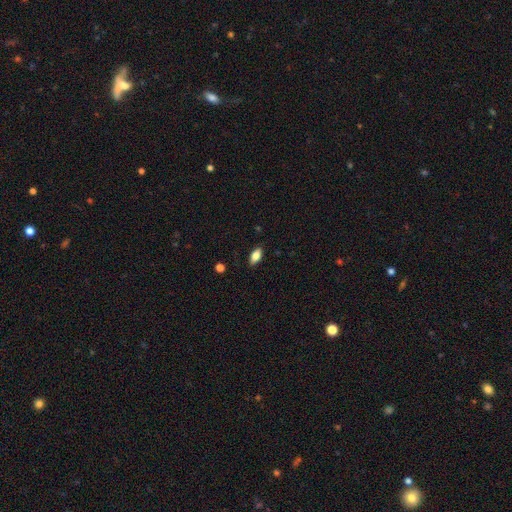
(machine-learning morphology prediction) smooth_or_featured: smooth (p=0.81) [alt: featured or disk p=0.11]
how_rounded: in between (p=0.89) [alt: cigar-shaped p=0.07]
merging: none (p=0.86) [alt: minor disturbance p=0.11]